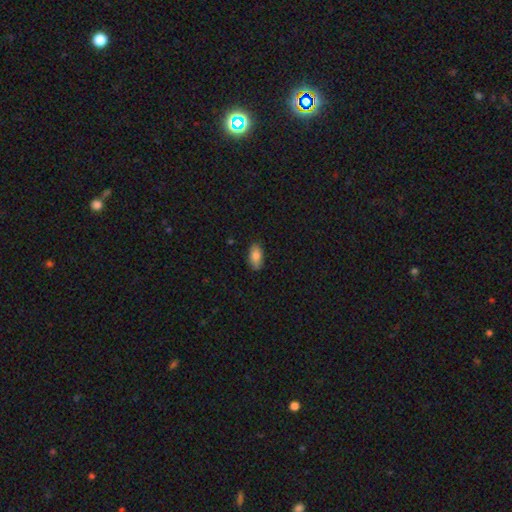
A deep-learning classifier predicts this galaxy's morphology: The model was most divided on "merging": none: 81%, minor disturbance: 16%, major disturbance: 3%, merger: 1%. More confident: how rounded — in between (91%); smooth or featured — smooth (82%).